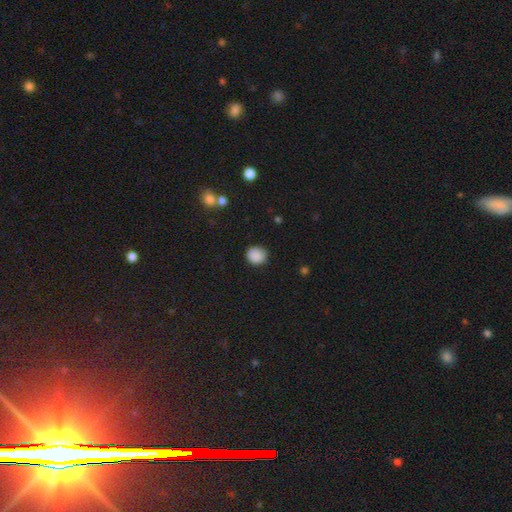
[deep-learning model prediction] Smooth or featured: smooth — 88% (star or artifact — 9%)
How rounded: round — 83% (in between — 16%)
Merging: none — 86% (minor disturbance — 10%)